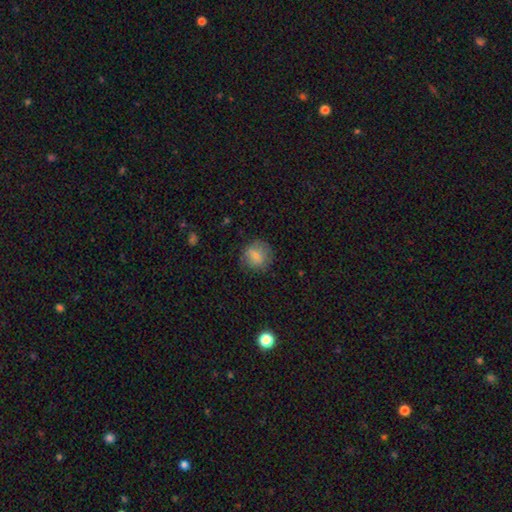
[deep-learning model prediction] A smooth galaxy with no disk features (75%) that is round (87%). Merging: none (80%).